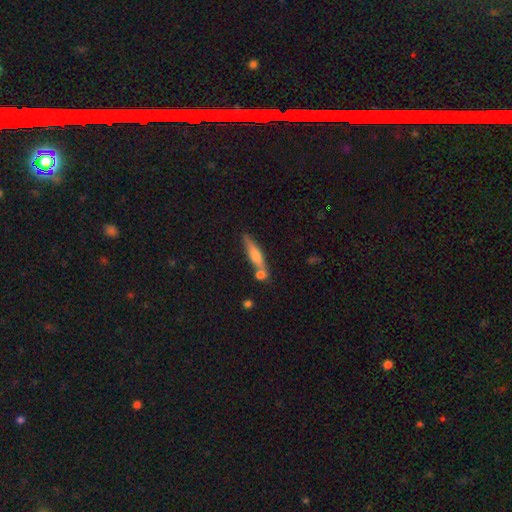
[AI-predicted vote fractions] Overall: smooth (62%; featured or disk 31%). How rounded: cigar-shaped (81%). Merging: none (59%; merger 21%).